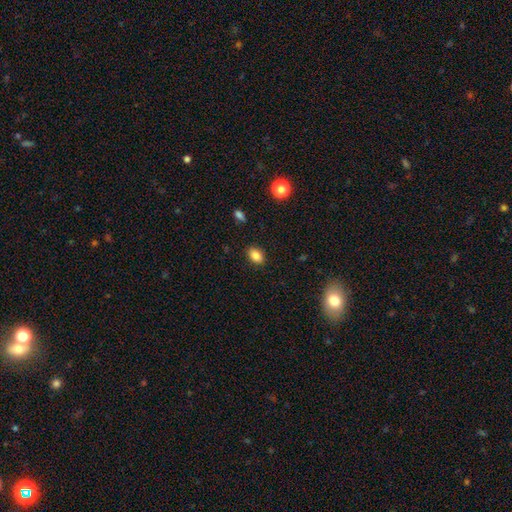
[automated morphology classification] A smooth galaxy with no disk features (85%) that is in between round and cigar-shaped (79%).

Vote fractions:
- Smooth or featured? smooth: 85% / star or artifact: 10% / featured or disk: 5%
- How rounded? in between: 79% / round: 19% / cigar-shaped: 1%
- Merging? none: 88% / minor disturbance: 8% / major disturbance: 2% / merger: 1%